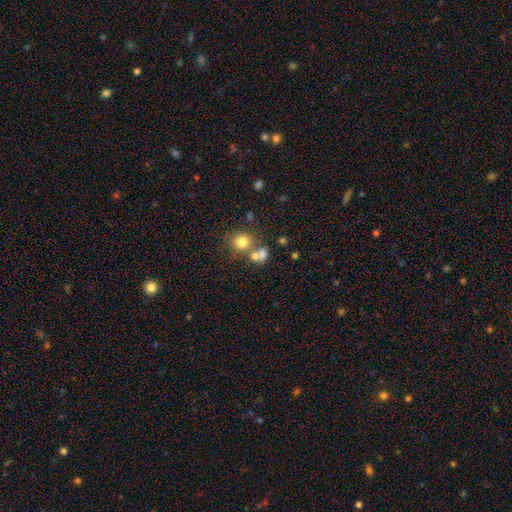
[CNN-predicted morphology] Smooth or featured? smooth (71%)
How rounded? round (77%)
Merging? none (45%)